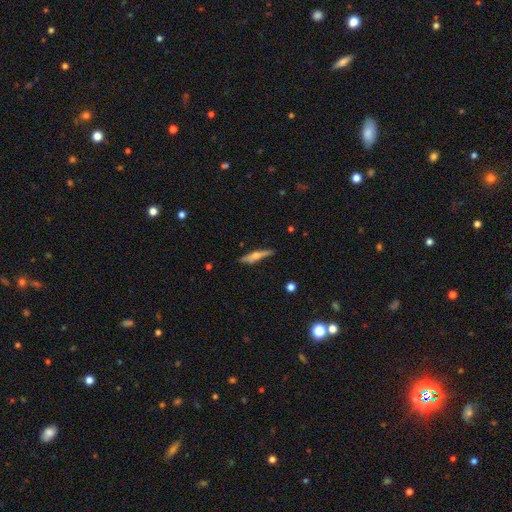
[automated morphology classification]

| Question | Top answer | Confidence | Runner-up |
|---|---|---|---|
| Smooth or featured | featured or disk | 63% | smooth (31%) |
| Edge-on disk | yes | 95% | no (5%) |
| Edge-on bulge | rounded | 90% | none (5%) |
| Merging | none | 80% | minor disturbance (15%) |